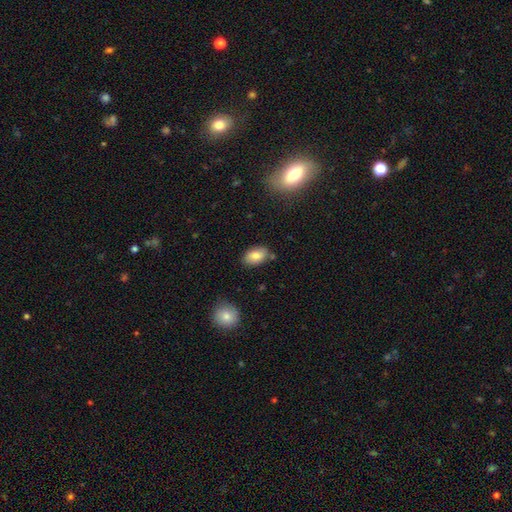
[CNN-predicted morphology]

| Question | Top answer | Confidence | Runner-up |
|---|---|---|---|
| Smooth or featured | smooth | 81% | featured or disk (11%) |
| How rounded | in between | 91% | round (8%) |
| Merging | none | 79% | minor disturbance (14%) |